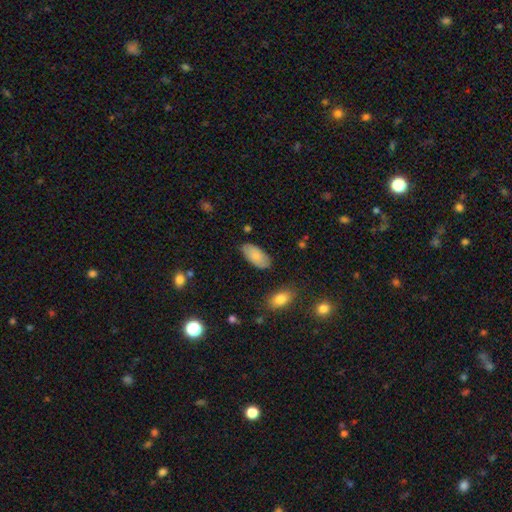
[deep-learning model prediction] Overall: smooth (80%). How rounded: in between (94%). Merging: none (81%).